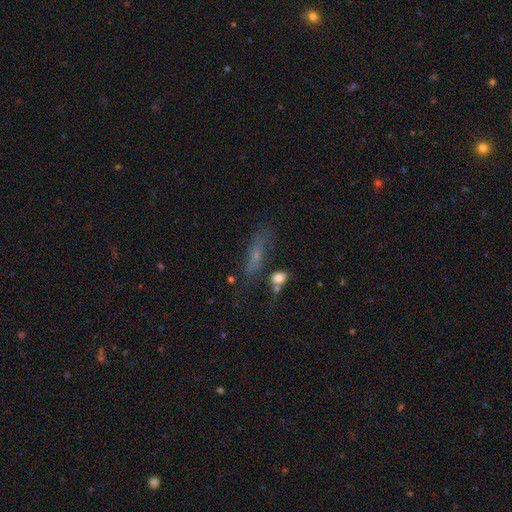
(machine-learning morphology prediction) Smooth or featured? smooth (44%)
Merging? none (58%)